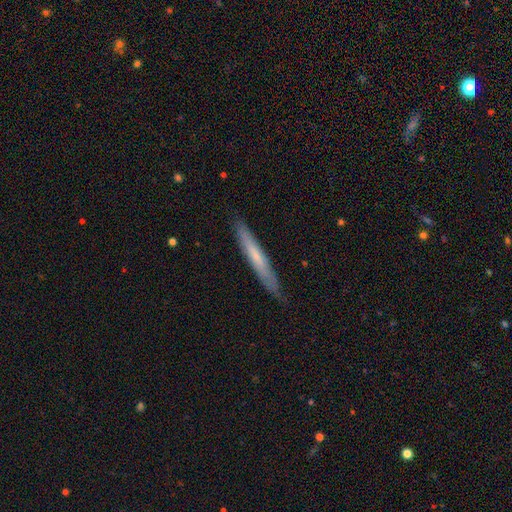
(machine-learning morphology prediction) Smooth or featured? smooth (56%)
How rounded? cigar-shaped (95%)
Merging? none (84%)